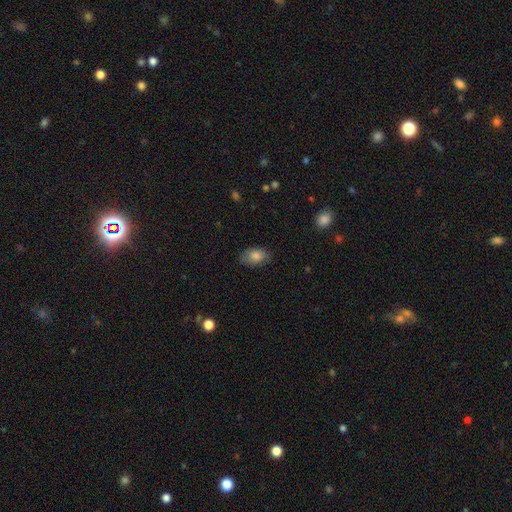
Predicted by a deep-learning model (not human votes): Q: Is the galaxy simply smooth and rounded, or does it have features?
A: smooth — 81%.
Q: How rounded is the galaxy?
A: in between — 87%.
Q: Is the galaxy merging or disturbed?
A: none — 78%.